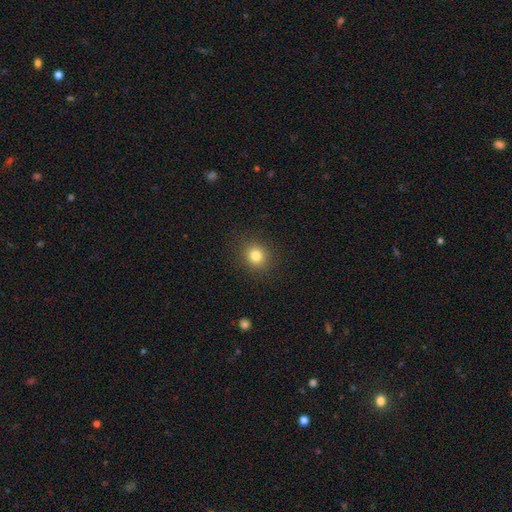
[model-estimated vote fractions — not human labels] Smooth or featured?
  - smooth: 82% *
  - star or artifact: 12%
  - featured or disk: 6%
How rounded?
  - round: 83% *
  - in between: 16%
  - cigar-shaped: 1%
Merging?
  - none: 89% *
  - minor disturbance: 7%
  - major disturbance: 3%
  - merger: 1%